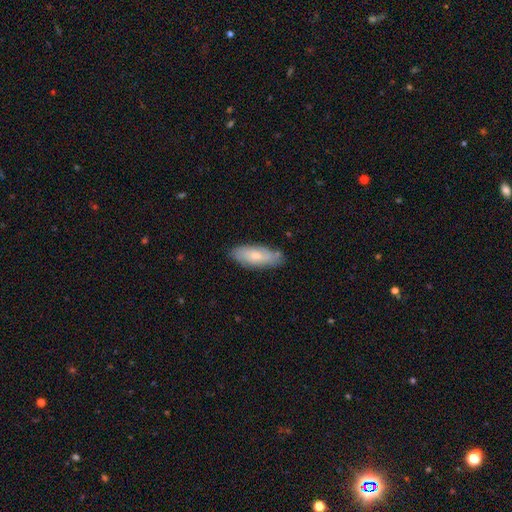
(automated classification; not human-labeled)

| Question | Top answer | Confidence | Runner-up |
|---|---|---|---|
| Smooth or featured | smooth | 55% | featured or disk (38%) |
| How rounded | in between | 76% | cigar-shaped (22%) |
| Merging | none | 75% | minor disturbance (19%) |